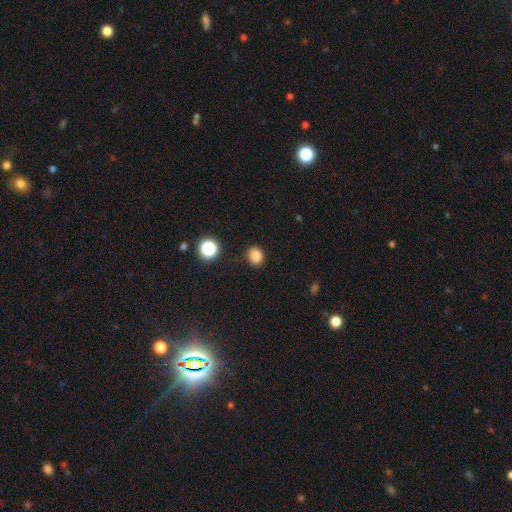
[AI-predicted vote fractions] Q: Smooth or featured?
A: smooth (84%); runner-up: star or artifact (13%)
Q: How rounded?
A: round (72%); runner-up: in between (27%)
Q: Merging?
A: none (87%); runner-up: minor disturbance (8%)